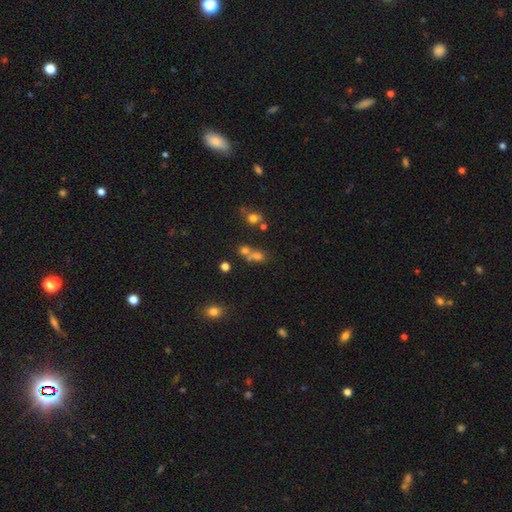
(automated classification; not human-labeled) smooth-or-featured: smooth: 56% | star or artifact: 29% | featured or disk: 15%
  how-rounded: round: 67% | in between: 30% | cigar-shaped: 3%
  merging: merger: 44% | none: 43% | minor disturbance: 8% | major disturbance: 5%